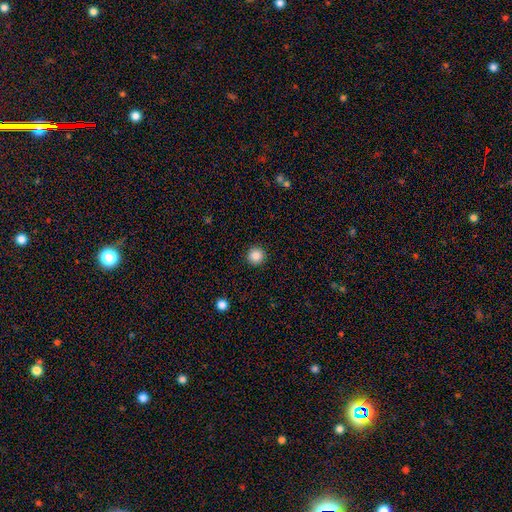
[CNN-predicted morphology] smooth-or-featured: smooth: 86% | star or artifact: 10% | featured or disk: 4%
  how-rounded: round: 96% | in between: 3% | cigar-shaped: 1%
  merging: none: 93% | minor disturbance: 4% | major disturbance: 2% | merger: 1%